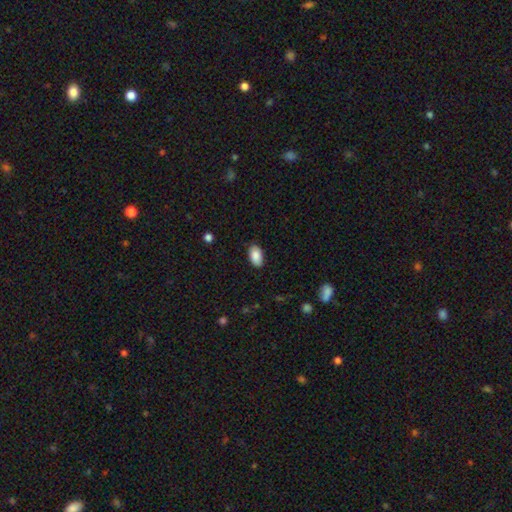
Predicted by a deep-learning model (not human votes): Smooth or featured?
  - smooth: 89% *
  - star or artifact: 7%
  - featured or disk: 5%
How rounded?
  - in between: 94% *
  - round: 4%
  - cigar-shaped: 2%
Merging?
  - none: 85% *
  - minor disturbance: 11%
  - major disturbance: 2%
  - merger: 1%